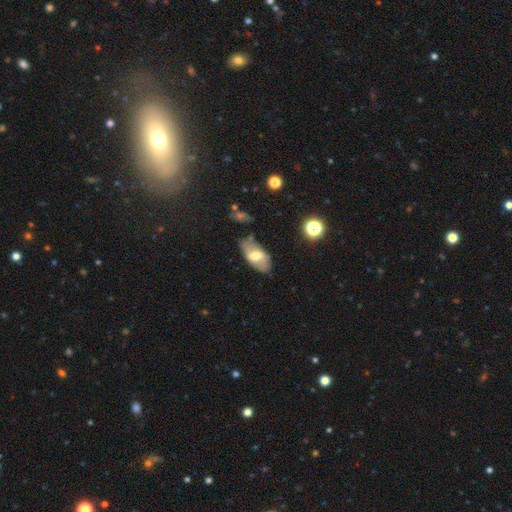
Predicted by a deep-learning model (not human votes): smooth-or-featured: smooth: 52% | featured or disk: 40% | star or artifact: 8%
  how-rounded: in between: 91% | cigar-shaped: 5% | round: 4%
  merging: none: 76% | minor disturbance: 16% | major disturbance: 5% | merger: 3%